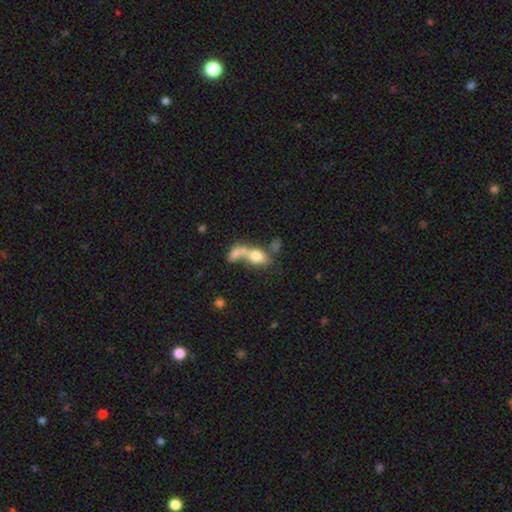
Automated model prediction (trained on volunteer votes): Q: Smooth or featured?
A: smooth (68%); runner-up: featured or disk (22%)
Q: How rounded?
A: in between (77%); runner-up: round (15%)
Q: Merging?
A: merger (67%); runner-up: none (18%)